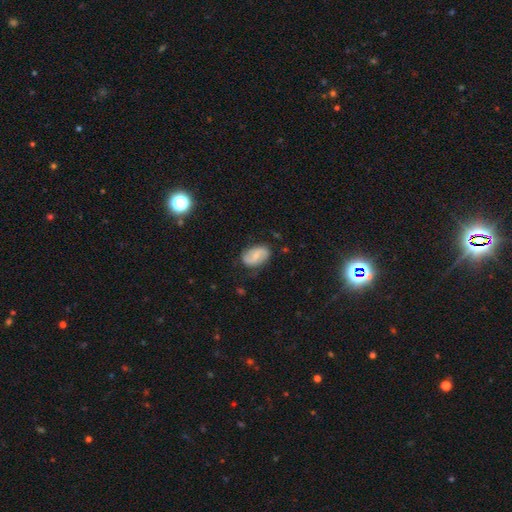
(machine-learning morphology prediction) Smooth or featured? featured or disk (56%)
Edge-on disk? no (97%)
Bar? weak (48%)
Spiral arms? yes (85%)
Bulge size? small (55%)
Merging? none (77%)